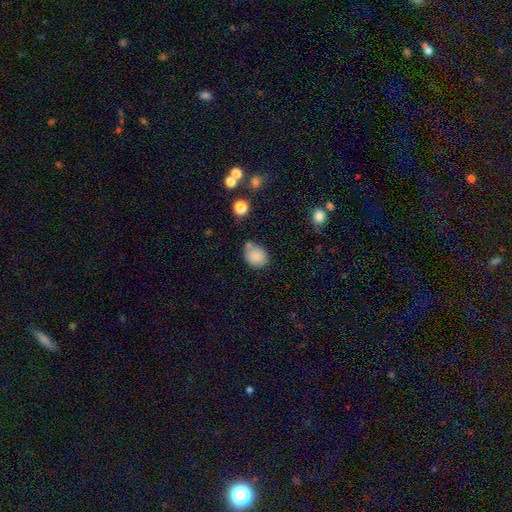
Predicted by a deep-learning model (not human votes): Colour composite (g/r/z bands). It shows a smooth galaxy with no disk features (85%) that is round (51%). Merging: none (58%).